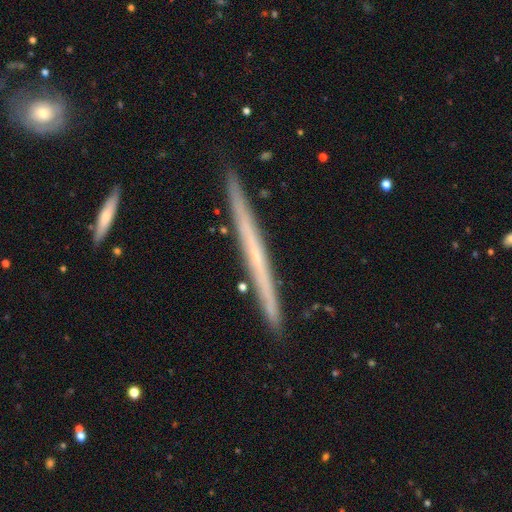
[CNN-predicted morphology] Smooth or featured: featured or disk — 66% (smooth — 27%)
Edge-on disk: yes — 97% (no — 3%)
Edge-on bulge: none — 84% (rounded — 13%)
Merging: none — 90% (minor disturbance — 8%)